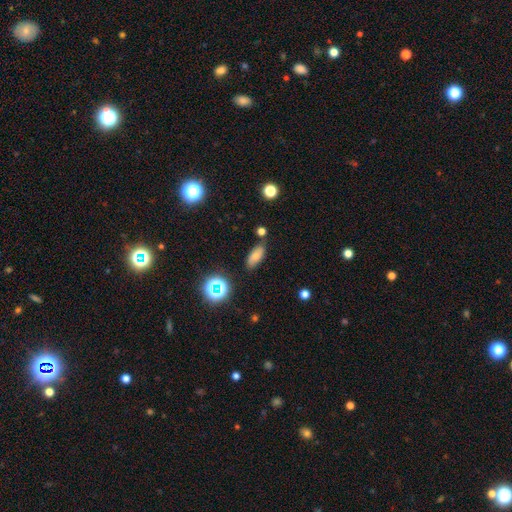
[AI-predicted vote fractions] Smooth or featured: smooth — 75% (star or artifact — 14%)
How rounded: in between — 76% (cigar-shaped — 18%)
Merging: none — 79% (minor disturbance — 13%)